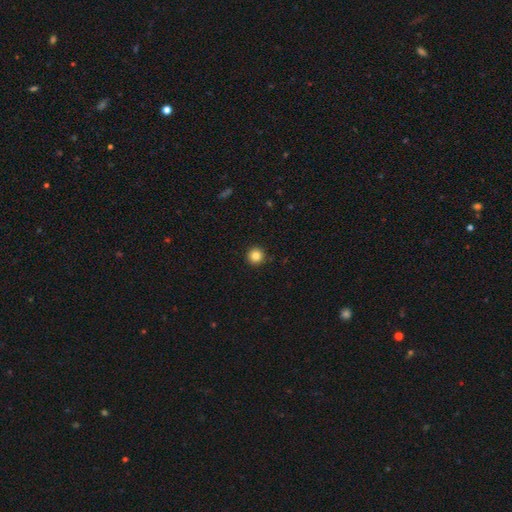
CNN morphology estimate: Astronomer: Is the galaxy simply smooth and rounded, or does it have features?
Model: smooth — 85%.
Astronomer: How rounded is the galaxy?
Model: round — 96%.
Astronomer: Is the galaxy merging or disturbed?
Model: none — 92%.